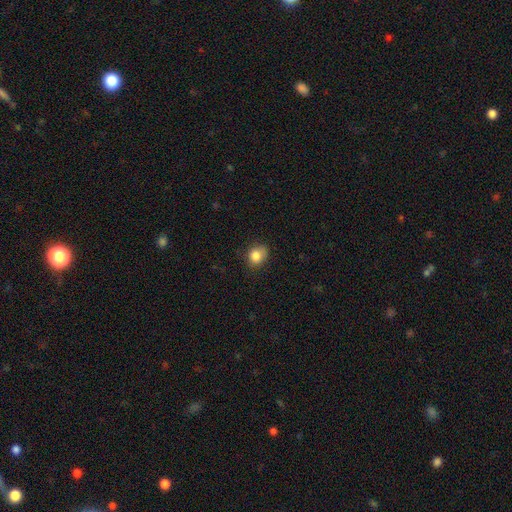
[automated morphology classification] smooth-or-featured: smooth: 84% | star or artifact: 10% | featured or disk: 6%
  how-rounded: round: 64% | in between: 36% | cigar-shaped: 1%
  merging: none: 71% | minor disturbance: 23% | major disturbance: 5% | merger: 1%